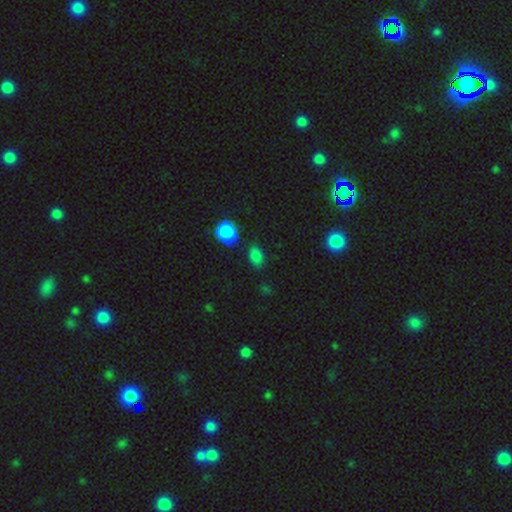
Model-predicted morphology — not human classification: Overall: smooth (81%). How rounded: in between (77%). Merging: none (74%).